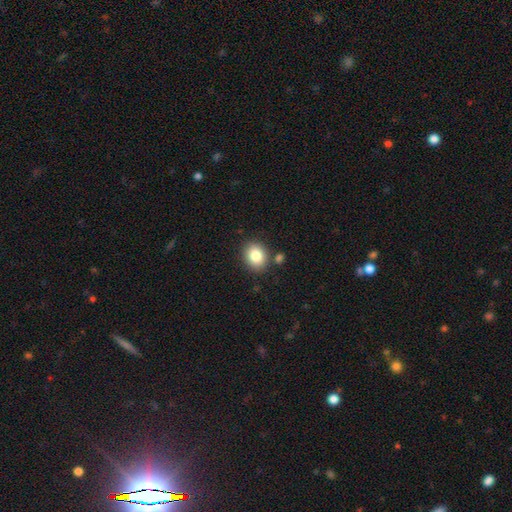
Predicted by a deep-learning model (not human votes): A smooth galaxy with no disk features (84%) that is round (55%).

Vote fractions:
- Smooth or featured? smooth: 84% / star or artifact: 9% / featured or disk: 7%
- How rounded? round: 55% / in between: 45% / cigar-shaped: 1%
- Merging? none: 83% / minor disturbance: 9% / merger: 6% / major disturbance: 3%